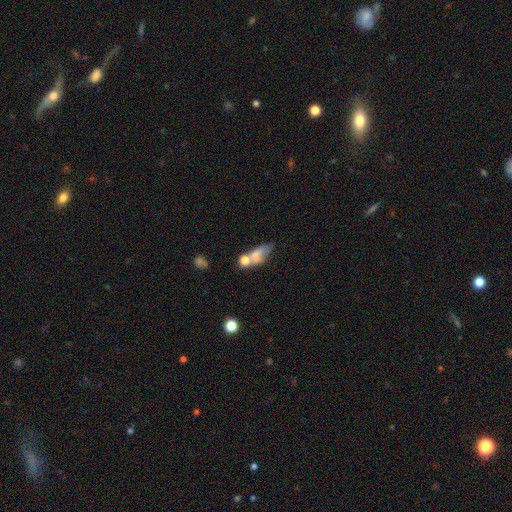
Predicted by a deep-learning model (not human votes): This appears to be a smooth galaxy with no disk features (61%) that is in between round and cigar-shaped (71%). Merging: merger (35%).